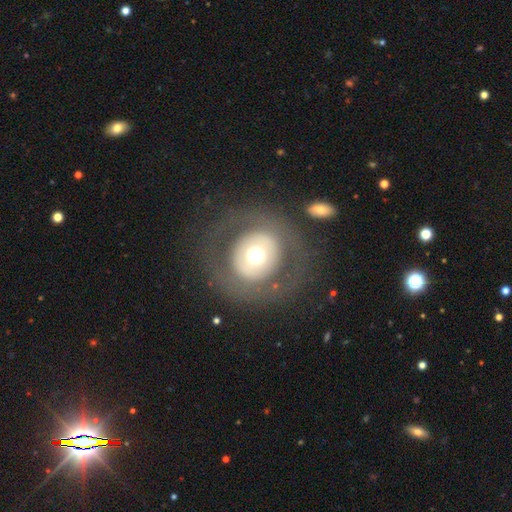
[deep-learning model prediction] Smooth or featured? smooth (49%)
Merging? none (81%)